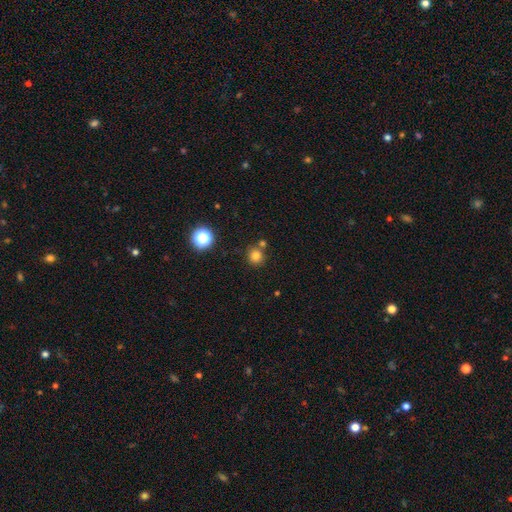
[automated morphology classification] smooth_or_featured: smooth (p=0.77) [alt: star or artifact p=0.16]
how_rounded: round (p=0.91) [alt: in between p=0.08]
merging: none (p=0.72) [alt: merger p=0.16]